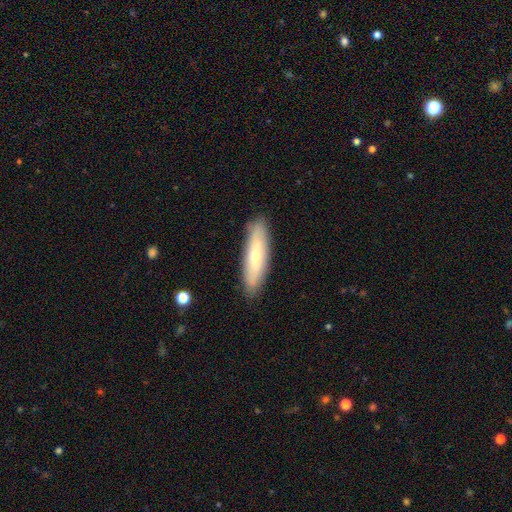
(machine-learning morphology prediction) smooth-or-featured: smooth: 59% | featured or disk: 35% | star or artifact: 6%
  how-rounded: cigar-shaped: 69% | in between: 29% | round: 2%
  merging: none: 88% | minor disturbance: 9% | major disturbance: 2% | merger: 1%